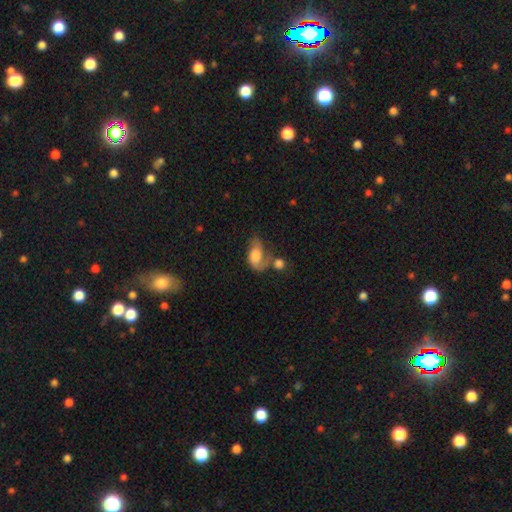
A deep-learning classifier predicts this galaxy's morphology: Overall: smooth (58%; featured or disk 33%). How rounded: in between (88%). Merging: merger (31%; none 25%).